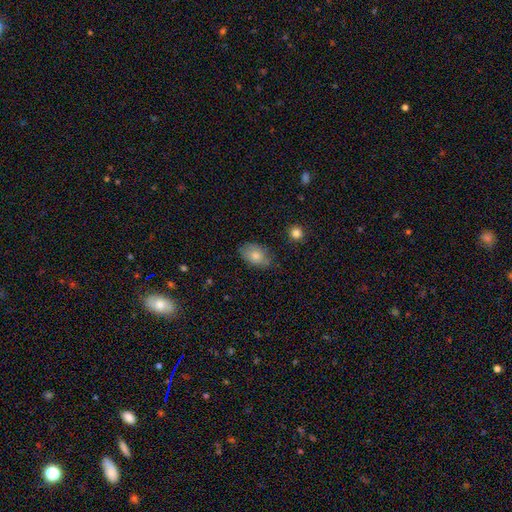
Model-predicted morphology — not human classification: A smooth galaxy with no disk features (79%) that is in between round and cigar-shaped (87%). Merging: none (73%).